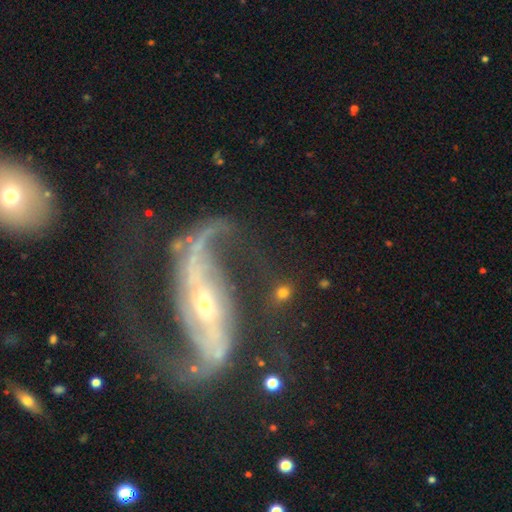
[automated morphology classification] Smooth or featured? Predicted: featured or disk (p=0.91). Edge-on disk? Predicted: no (p=0.94). Bar? Predicted: strong (p=0.59). Spiral arms? Predicted: yes (p=0.97). Spiral winding? Predicted: loose (p=0.58). Spiral arm count? Predicted: 2 (p=0.93). Bulge size? Predicted: small (p=0.64). Merging? Predicted: none (p=0.60).